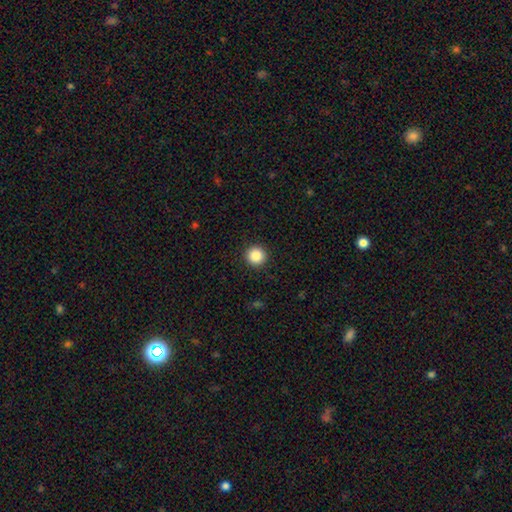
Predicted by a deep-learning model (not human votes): A smooth galaxy with no disk features (86%) that is round (95%). Merging: none (92%).